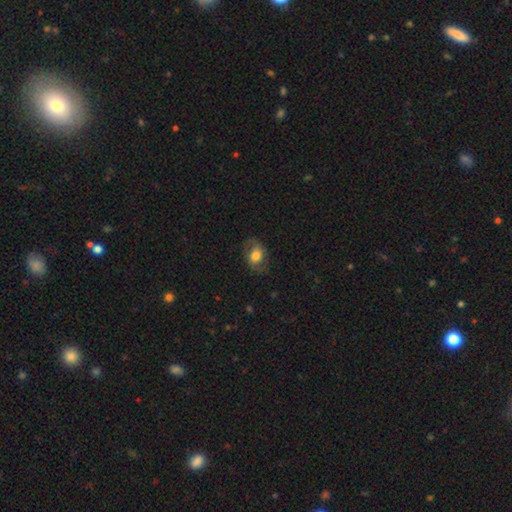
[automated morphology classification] Smooth or featured? Predicted: smooth (p=0.56). How rounded? Predicted: in between (p=0.70). Merging? Predicted: none (p=0.71).